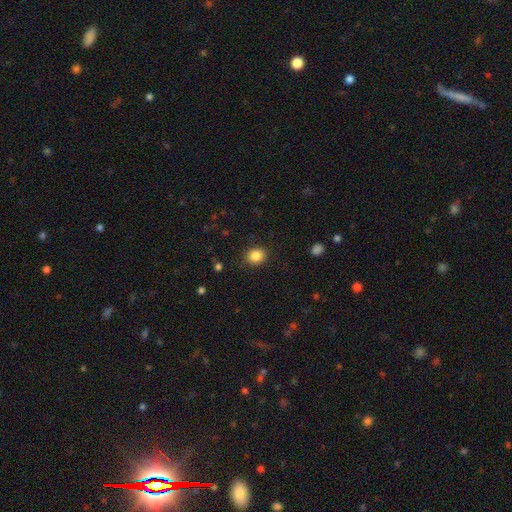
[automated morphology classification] type=smooth (85%); roundness=round (75%); merging=none (88%).